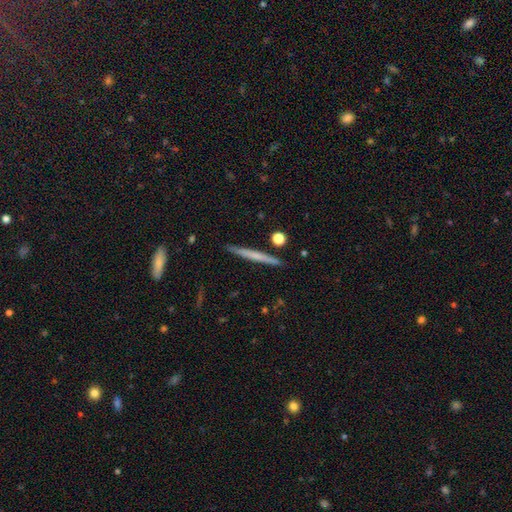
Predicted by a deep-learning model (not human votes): Smooth or featured? smooth (48%)
Merging? none (90%)